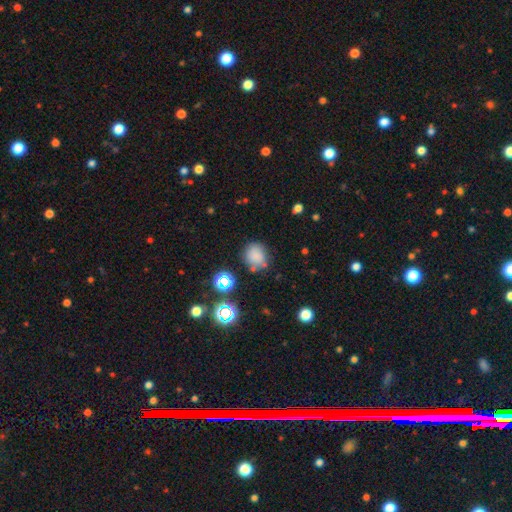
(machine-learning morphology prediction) Q: Smooth or featured?
A: smooth (78%); runner-up: star or artifact (15%)
Q: How rounded?
A: round (73%); runner-up: in between (26%)
Q: Merging?
A: none (72%); runner-up: minor disturbance (16%)